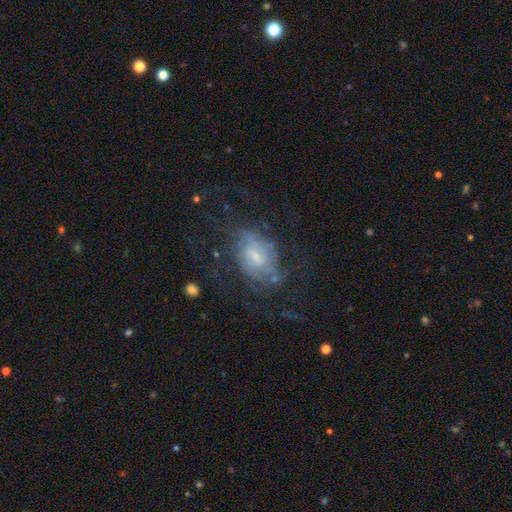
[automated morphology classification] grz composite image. It shows a featured or disk galaxy (70%) with no bar (47%), tight (40%) spiral arms (80%) and a small central bulge (51%). Merging: none (57%).